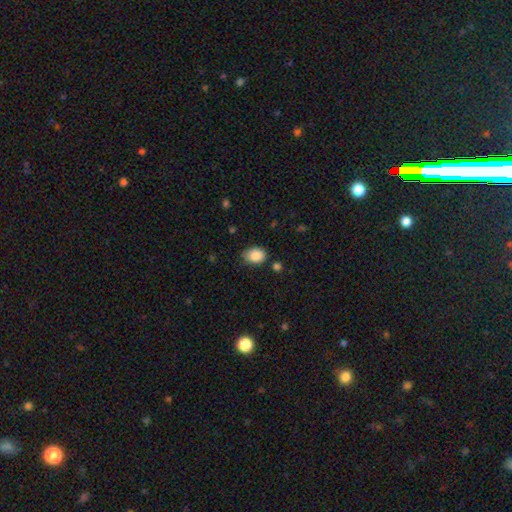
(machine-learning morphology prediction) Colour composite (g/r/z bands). It shows a smooth galaxy with no disk features (87%) that is in between round and cigar-shaped (72%). Merging: none (72%).